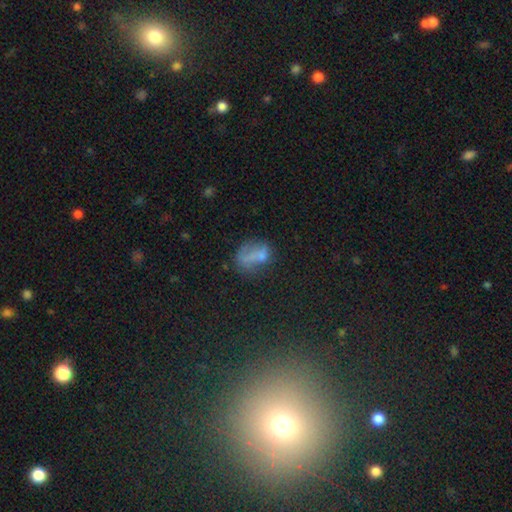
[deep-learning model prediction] A smooth galaxy with no disk features (55%) that is in between round and cigar-shaped (71%). Merging: none (35%).